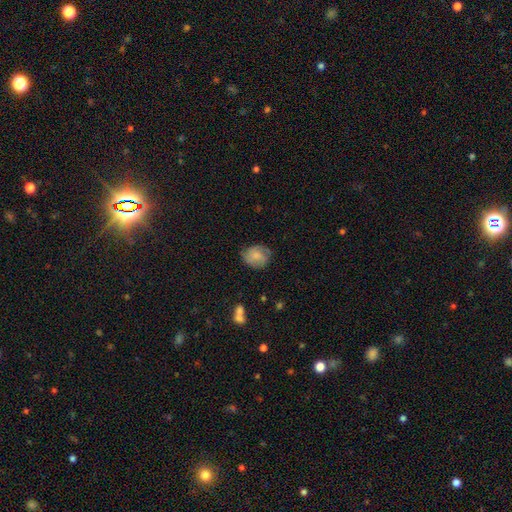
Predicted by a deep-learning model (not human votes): smooth-or-featured: smooth: 62% | featured or disk: 30% | star or artifact: 8%
  how-rounded: round: 64% | in between: 35% | cigar-shaped: 1%
  merging: none: 66% | minor disturbance: 25% | major disturbance: 7% | merger: 2%